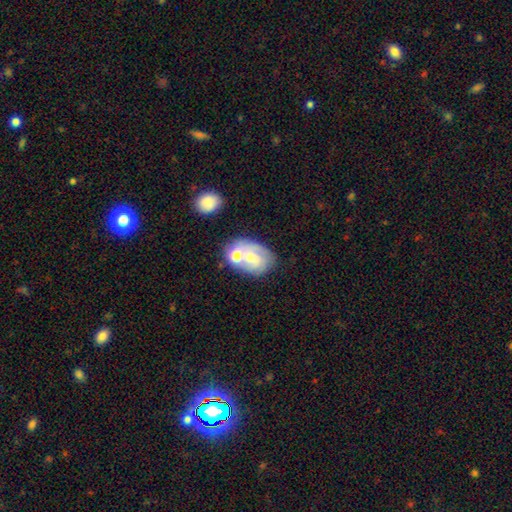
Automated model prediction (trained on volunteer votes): A featured or disk galaxy (55%) with no bar (70%), spiral arms (68%) and a moderate central bulge (43%).

Vote fractions:
- Smooth or featured? featured or disk: 55% / smooth: 35% / star or artifact: 10%
- Edge-on disk? no: 97% / yes: 3%
- Bar? no: 70% / weak: 24% / strong: 5%
- Spiral arms? yes: 68% / no: 32%
- Bulge size? moderate: 43% / small: 40% / none: 8% / large: 7% / dominant: 2%
- Merging? none: 40% / merger: 31% / minor disturbance: 18% / major disturbance: 11%